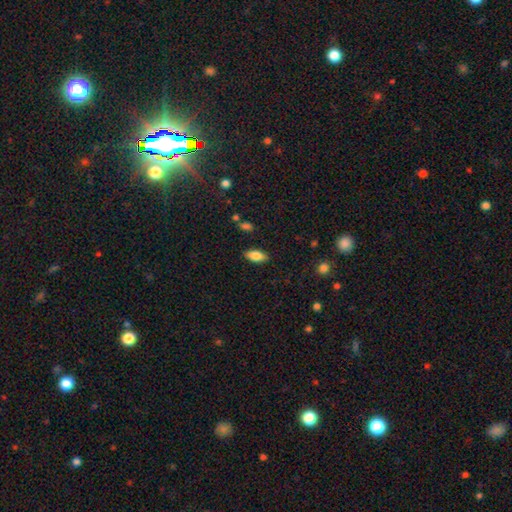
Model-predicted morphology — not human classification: This appears to be a smooth galaxy with no disk features (81%) that is in between round and cigar-shaped (87%). Merging: none (87%).